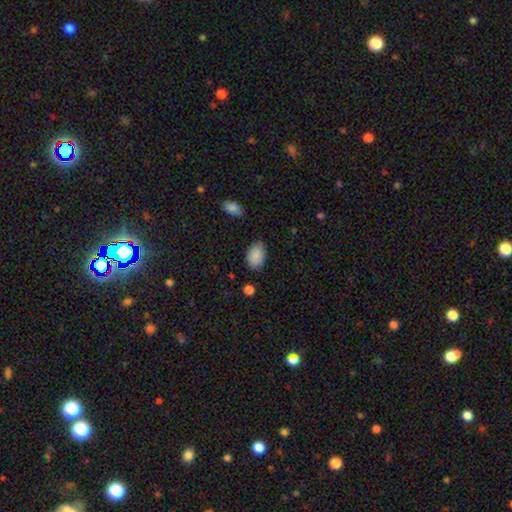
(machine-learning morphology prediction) Q: Smooth or featured?
A: smooth (89%); runner-up: star or artifact (7%)
Q: How rounded?
A: in between (87%); runner-up: round (12%)
Q: Merging?
A: none (81%); runner-up: minor disturbance (14%)